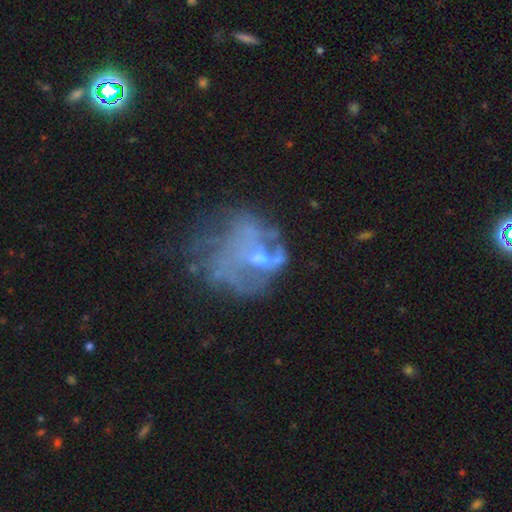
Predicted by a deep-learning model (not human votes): Smooth or featured? Predicted: featured or disk (p=0.64). Edge-on disk? Predicted: no (p=0.98). Bar? Predicted: no (p=0.81). Spiral arms? Predicted: no (p=0.77). Bulge size? Predicted: small (p=0.39). Merging? Predicted: major disturbance (p=0.38).